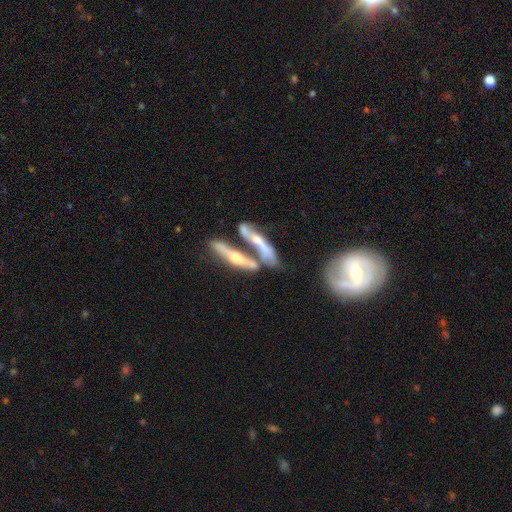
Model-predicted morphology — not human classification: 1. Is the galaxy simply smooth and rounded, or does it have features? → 66% featured or disk, 22% smooth, 12% star or artifact.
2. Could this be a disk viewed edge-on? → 59% yes, 41% no.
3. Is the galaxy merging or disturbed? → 55% none, 25% merger, 13% minor disturbance, 7% major disturbance.